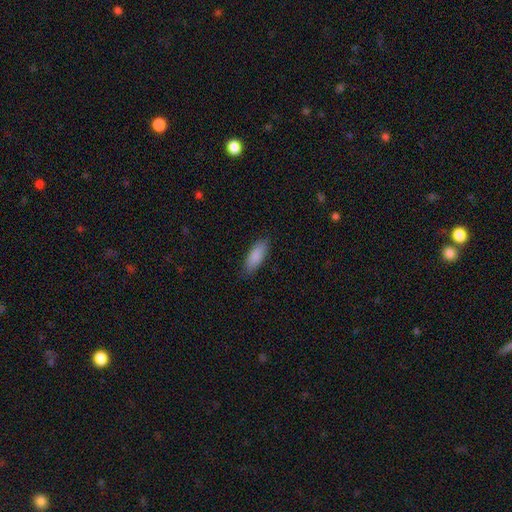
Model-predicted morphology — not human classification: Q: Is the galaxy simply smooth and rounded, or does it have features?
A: smooth — 88%.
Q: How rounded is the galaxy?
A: in between — 72%.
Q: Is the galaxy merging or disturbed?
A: none — 84%.